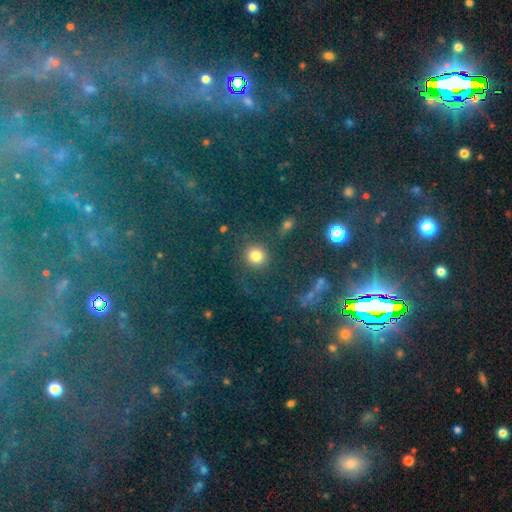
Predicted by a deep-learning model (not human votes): The model was most divided on "smooth or featured": smooth: 72%, star or artifact: 19%, featured or disk: 9%. More confident: how rounded — round (89%); merging — none (78%).